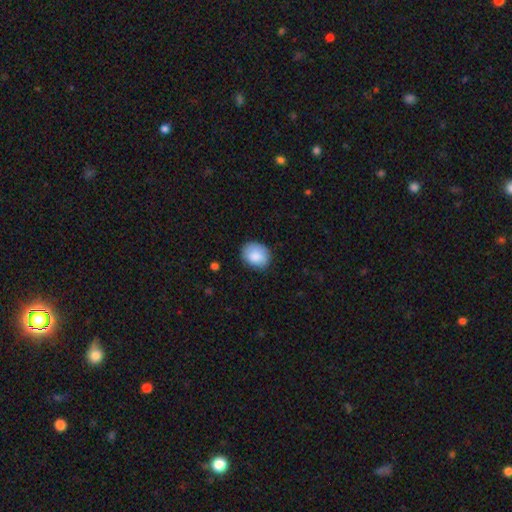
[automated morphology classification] Smooth or featured: smooth — 87% (star or artifact — 7%)
How rounded: round — 50% (in between — 49%)
Merging: none — 80% (minor disturbance — 16%)